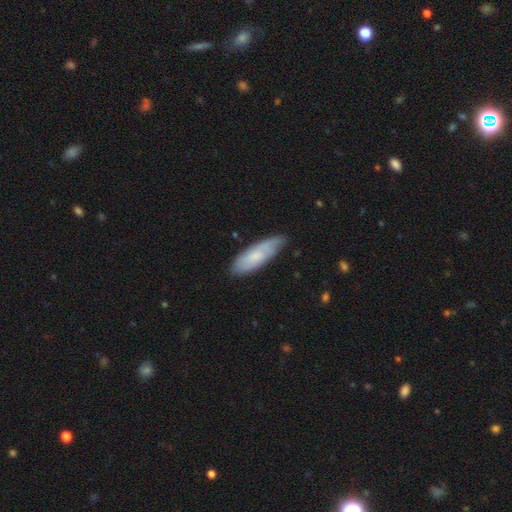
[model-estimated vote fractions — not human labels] Smooth or featured?
  - smooth: 65% *
  - featured or disk: 29%
  - star or artifact: 6%
How rounded?
  - in between: 54% *
  - cigar-shaped: 44%
  - round: 2%
Merging?
  - none: 74% *
  - minor disturbance: 21%
  - major disturbance: 3%
  - merger: 1%